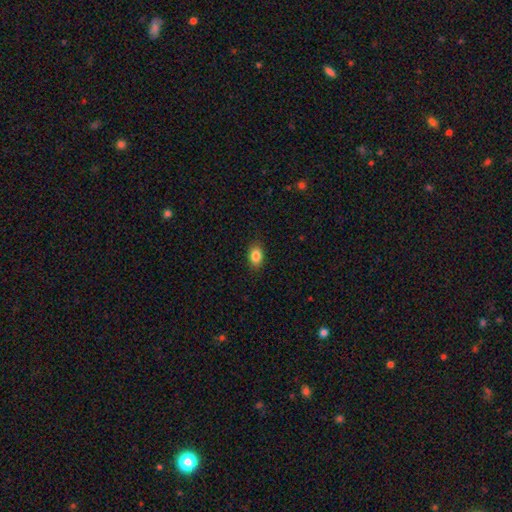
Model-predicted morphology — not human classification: The model was most divided on "how rounded": in between: 78%, round: 20%, cigar-shaped: 1%. More confident: merging — none (89%); smooth or featured — smooth (85%).